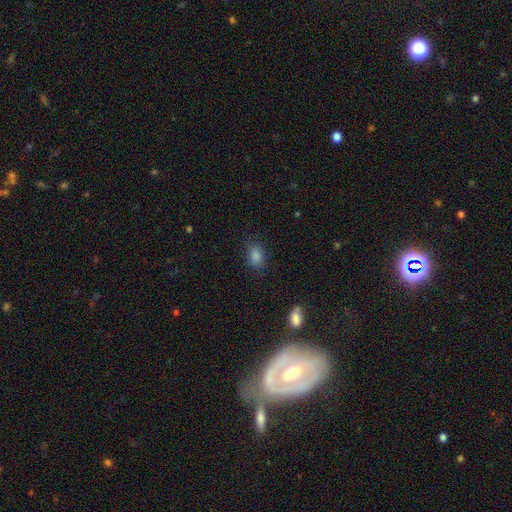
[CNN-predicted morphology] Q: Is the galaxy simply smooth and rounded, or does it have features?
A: smooth — 81%.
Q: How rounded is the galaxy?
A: in between — 74%.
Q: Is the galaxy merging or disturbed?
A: none — 82%.